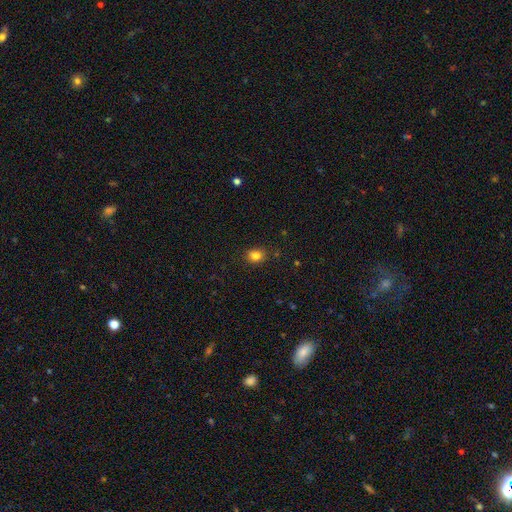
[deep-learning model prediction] smooth-or-featured: smooth: 83% | star or artifact: 12% | featured or disk: 5%
  how-rounded: round: 58% | in between: 41% | cigar-shaped: 1%
  merging: none: 85% | minor disturbance: 11% | major disturbance: 3% | merger: 1%